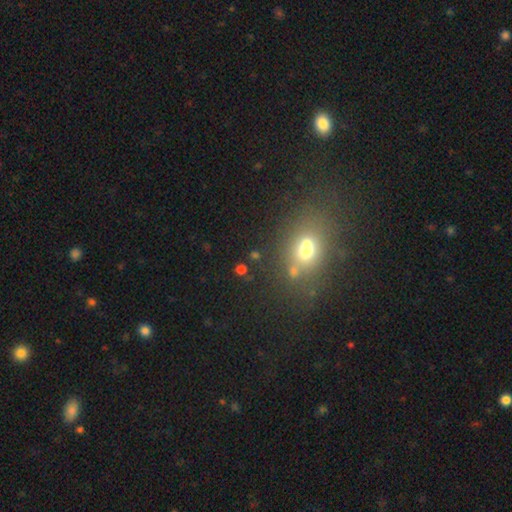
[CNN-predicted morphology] smooth-or-featured: smooth: 54% | star or artifact: 29% | featured or disk: 18%
  how-rounded: in between: 49% | round: 48% | cigar-shaped: 3%
  merging: none: 54% | merger: 27% | minor disturbance: 11% | major disturbance: 7%